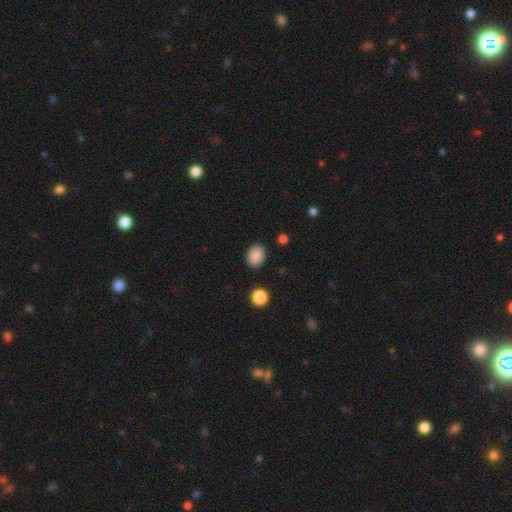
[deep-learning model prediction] This appears to be a smooth galaxy with no disk features (88%) that is in between round and cigar-shaped (68%). Merging: none (87%).